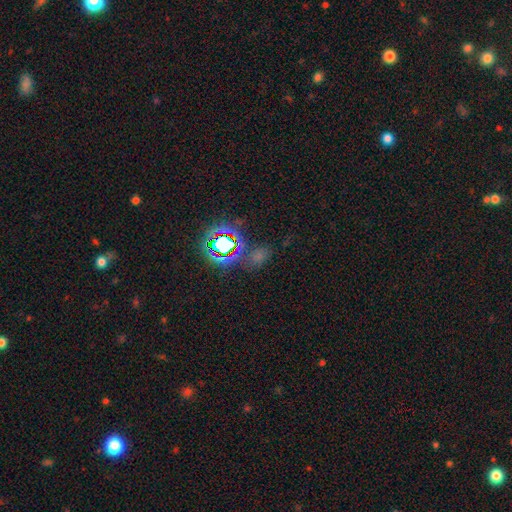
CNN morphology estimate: Smooth or featured?
  - star or artifact: 58% *
  - smooth: 32%
  - featured or disk: 10%